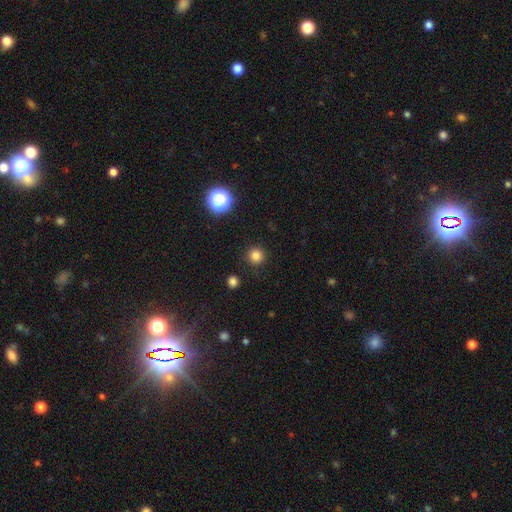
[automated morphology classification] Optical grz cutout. It shows a smooth galaxy with no disk features (81%) that is round (95%). Merging: none (91%).